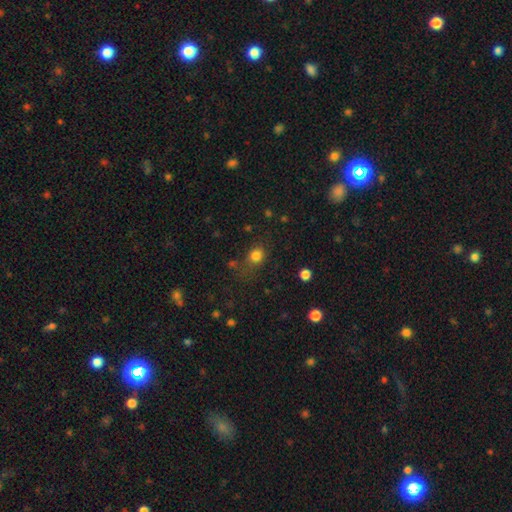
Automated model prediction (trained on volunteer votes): This appears to be a smooth galaxy with no disk features (81%) that is round (64%). Merging: none (64%).